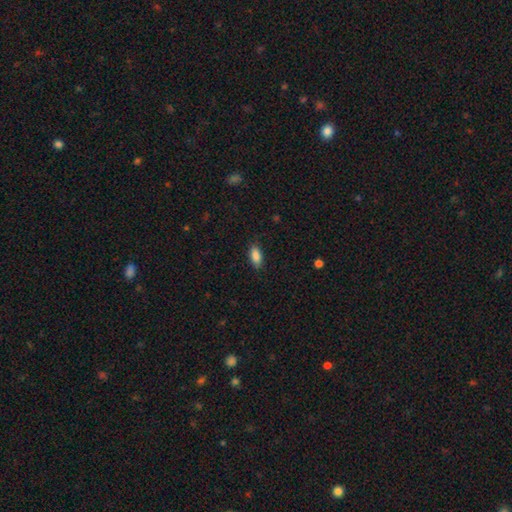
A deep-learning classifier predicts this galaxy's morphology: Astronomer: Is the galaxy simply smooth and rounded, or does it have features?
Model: smooth — 88%.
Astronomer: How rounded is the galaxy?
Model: in between — 90%.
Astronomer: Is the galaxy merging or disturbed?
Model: none — 84%.